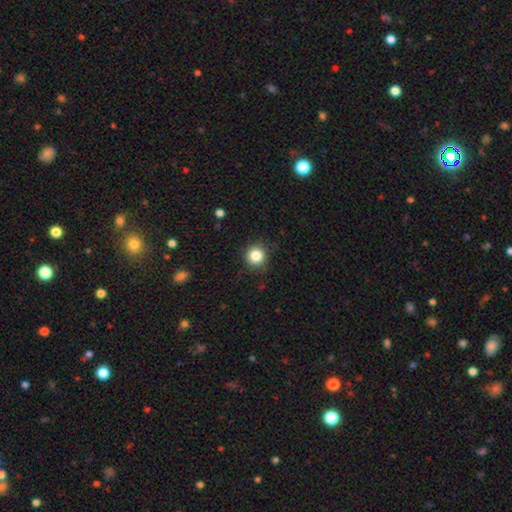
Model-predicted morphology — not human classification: Smooth or featured?
  - smooth: 84% *
  - star or artifact: 11%
  - featured or disk: 5%
How rounded?
  - round: 92% *
  - in between: 7%
  - cigar-shaped: 1%
Merging?
  - none: 87% *
  - minor disturbance: 10%
  - major disturbance: 3%
  - merger: 1%